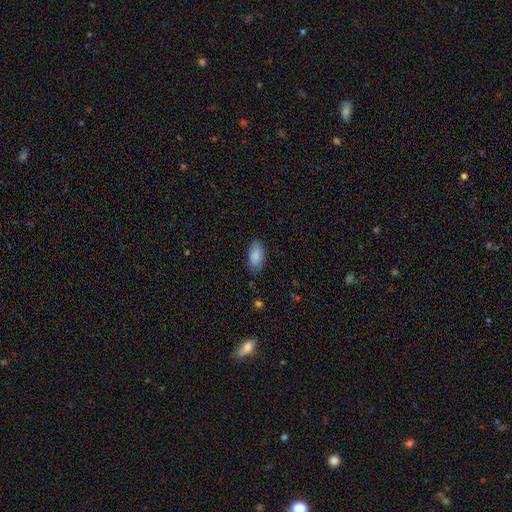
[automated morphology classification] This appears to be a smooth galaxy with no disk features (88%) that is in between round and cigar-shaped (93%). Merging: none (82%).